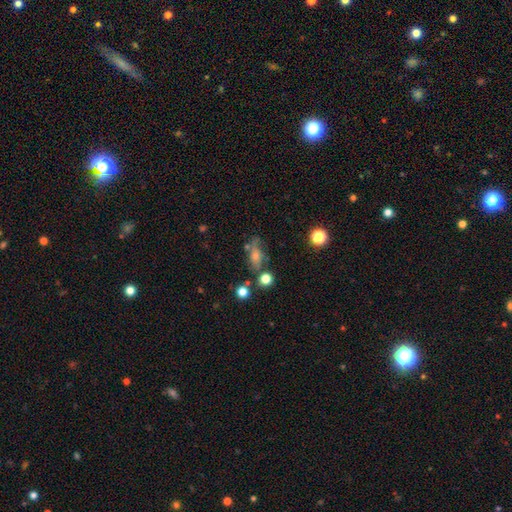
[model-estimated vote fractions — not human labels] Smooth or featured? smooth (59%)
How rounded? in between (72%)
Merging? none (46%)